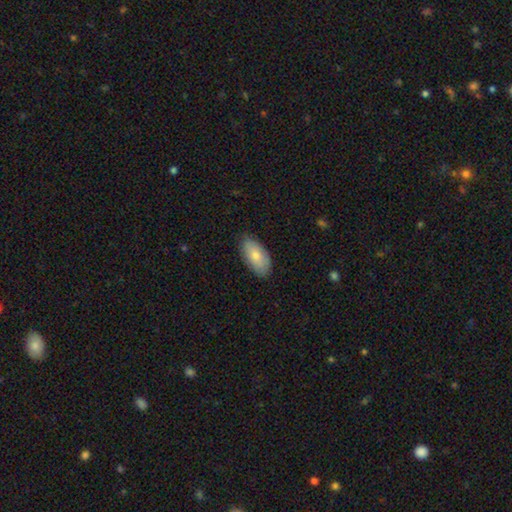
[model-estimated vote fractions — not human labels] This is likely a smooth galaxy (78%). How rounded: clearly in between (94%). Merging: clearly none (83%).